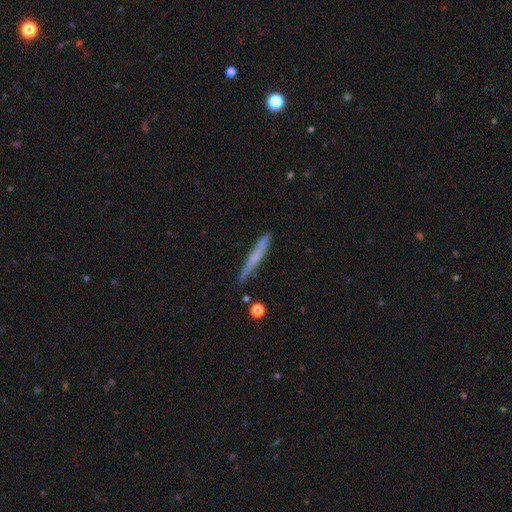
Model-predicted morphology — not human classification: This is possibly a smooth galaxy (56%). How rounded: clearly cigar-shaped (95%). Merging: likely none (79%).